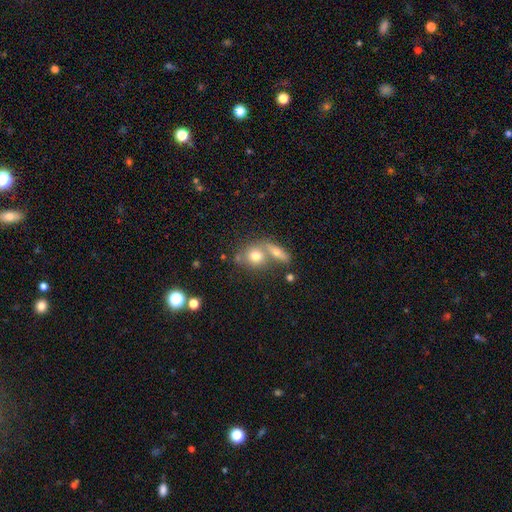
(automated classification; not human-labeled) smooth_or_featured: smooth (p=0.72) [alt: featured or disk p=0.18]
how_rounded: round (p=0.68) [alt: in between p=0.28]
merging: none (p=0.44) [alt: merger p=0.43]